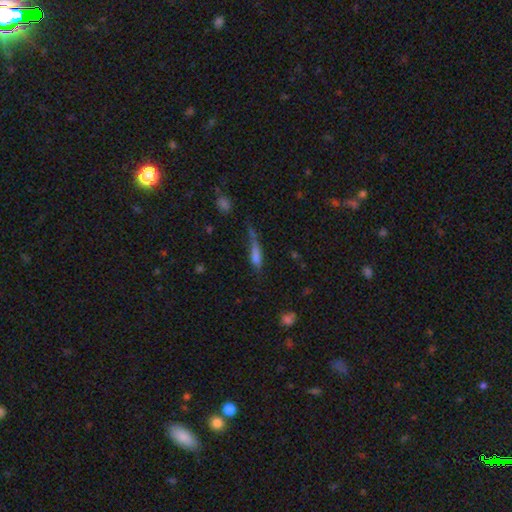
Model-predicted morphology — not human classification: A smooth galaxy with no disk features (61%) that is cigar-shaped (71%).

Vote fractions:
- Smooth or featured? smooth: 61% / featured or disk: 25% / star or artifact: 14%
- How rounded? cigar-shaped: 71% / in between: 25% / round: 4%
- Merging? none: 39% / minor disturbance: 26% / major disturbance: 23% / merger: 12%